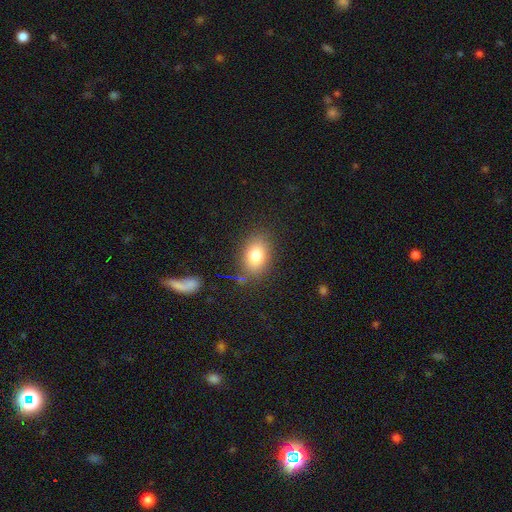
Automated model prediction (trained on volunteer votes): The model was most divided on "how rounded": in between: 78%, round: 20%, cigar-shaped: 2%. More confident: merging — none (82%); smooth or featured — smooth (80%).